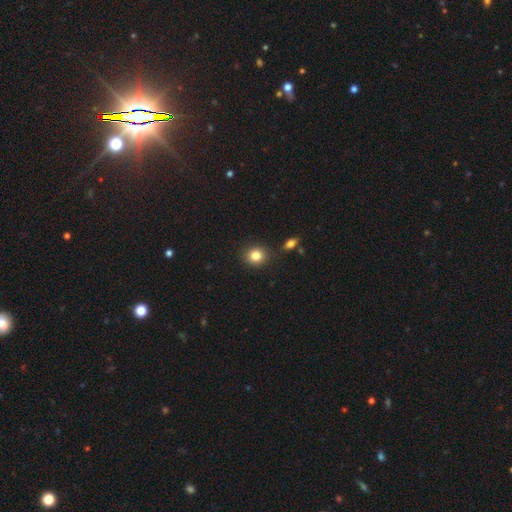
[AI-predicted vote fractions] Smooth or featured? smooth (83%)
How rounded? round (79%)
Merging? none (85%)